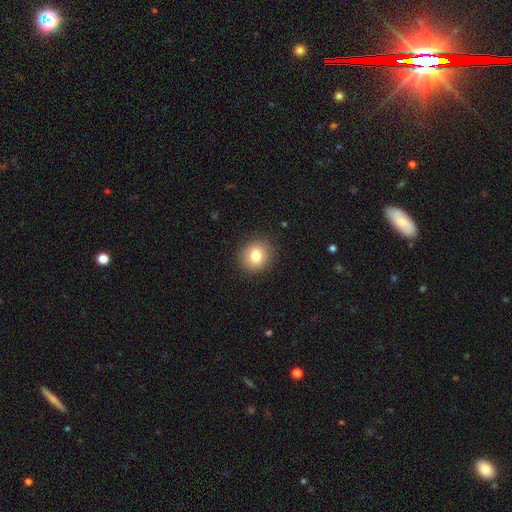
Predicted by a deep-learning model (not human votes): Q: Smooth or featured?
A: smooth (81%); runner-up: star or artifact (10%)
Q: How rounded?
A: round (80%); runner-up: in between (19%)
Q: Merging?
A: none (90%); runner-up: minor disturbance (7%)